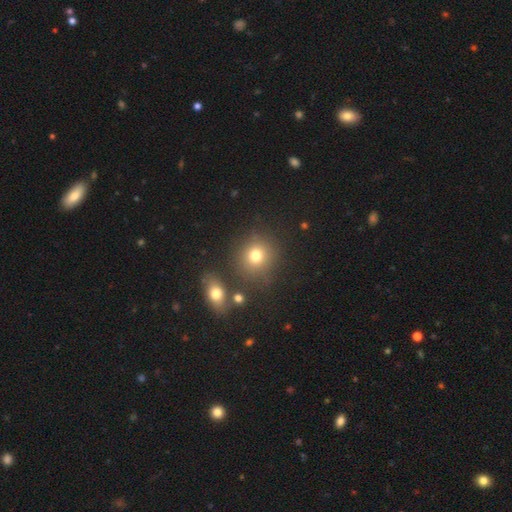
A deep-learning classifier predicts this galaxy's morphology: Smooth or featured?
  - smooth: 76% *
  - star or artifact: 15%
  - featured or disk: 9%
How rounded?
  - round: 85% *
  - in between: 14%
  - cigar-shaped: 1%
Merging?
  - none: 78% *
  - minor disturbance: 10%
  - merger: 9%
  - major disturbance: 4%